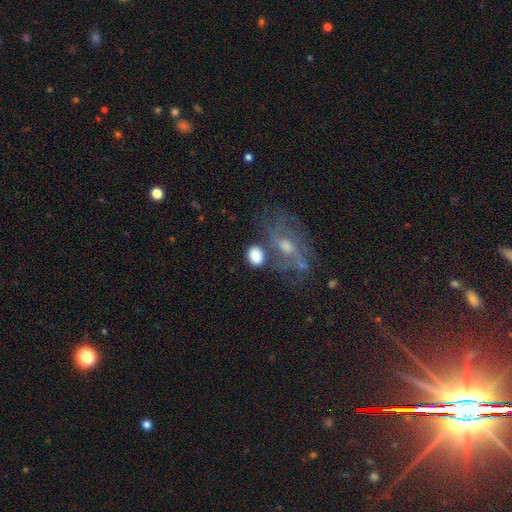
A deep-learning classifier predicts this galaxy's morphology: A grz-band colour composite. It shows a smooth galaxy with no disk features (81%) that is in between round and cigar-shaped (63%). Merging: none (52%).